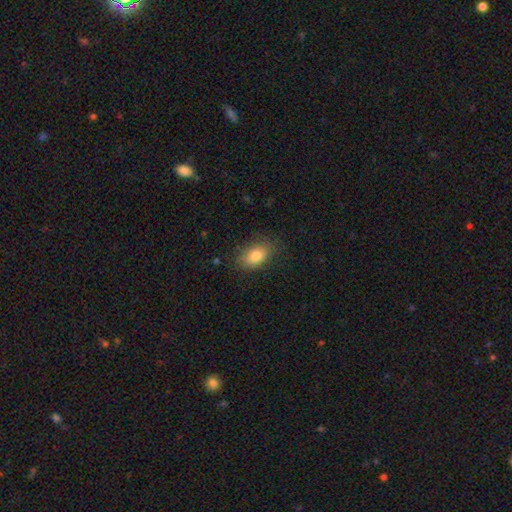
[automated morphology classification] Smooth or featured: smooth — 82% (featured or disk — 10%)
How rounded: in between — 88% (round — 10%)
Merging: none — 80% (minor disturbance — 15%)